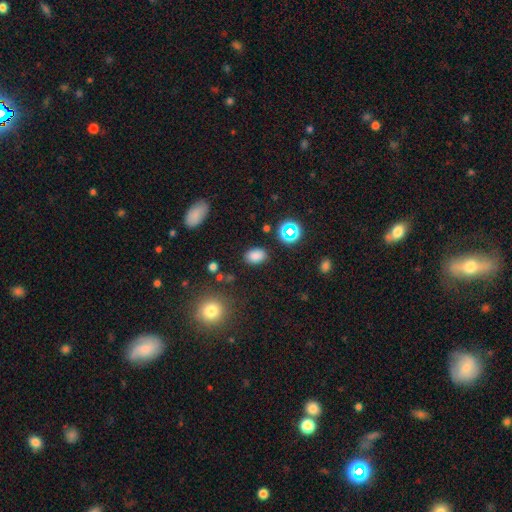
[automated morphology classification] smooth_or_featured: smooth (p=0.79) [alt: star or artifact p=0.15]
how_rounded: in between (p=0.82) [alt: round p=0.17]
merging: none (p=0.84) [alt: minor disturbance p=0.10]